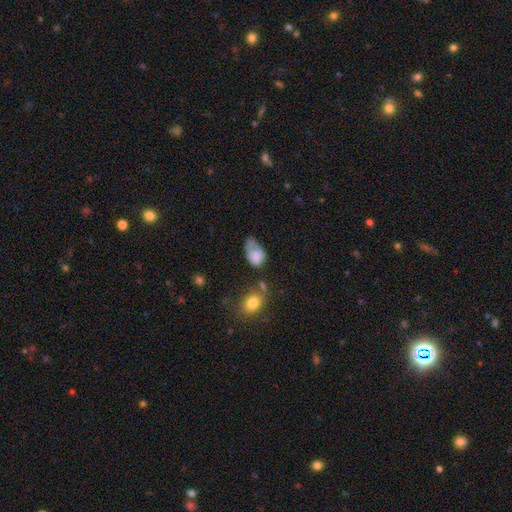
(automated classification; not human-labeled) smooth 69%, featured or disk 21%, star or artifact 10%. Down the decision tree: how rounded — in between (85%); merging — major disturbance (35%).